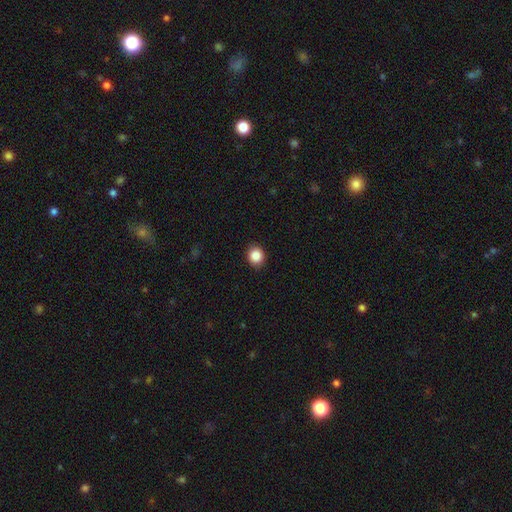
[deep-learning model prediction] Q: Smooth or featured?
A: smooth (87%); runner-up: star or artifact (9%)
Q: How rounded?
A: round (77%); runner-up: in between (22%)
Q: Merging?
A: none (91%); runner-up: minor disturbance (7%)